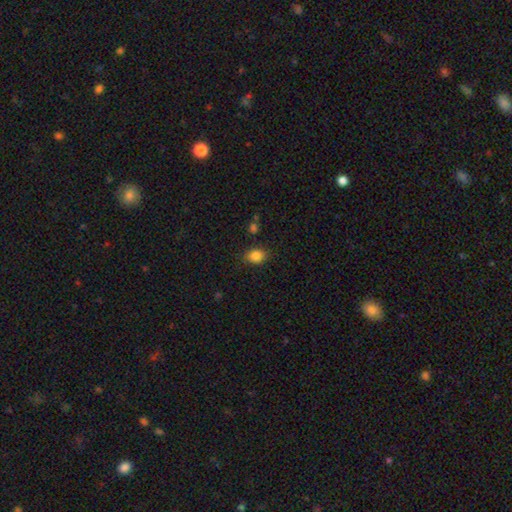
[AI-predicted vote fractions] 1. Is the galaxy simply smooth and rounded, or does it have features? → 85% smooth, 10% star or artifact, 5% featured or disk.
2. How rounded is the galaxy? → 59% in between, 40% round, 1% cigar-shaped.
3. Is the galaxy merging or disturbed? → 83% none, 12% minor disturbance, 3% major disturbance, 2% merger.